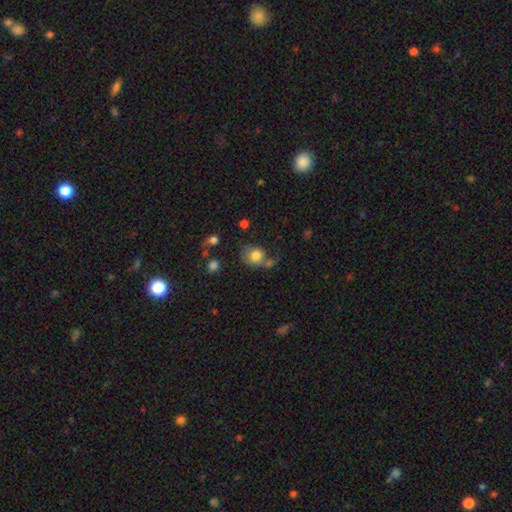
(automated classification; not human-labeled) Overall: smooth (78%). How rounded: round (71%). Merging: none (50%; minor disturbance 21%).